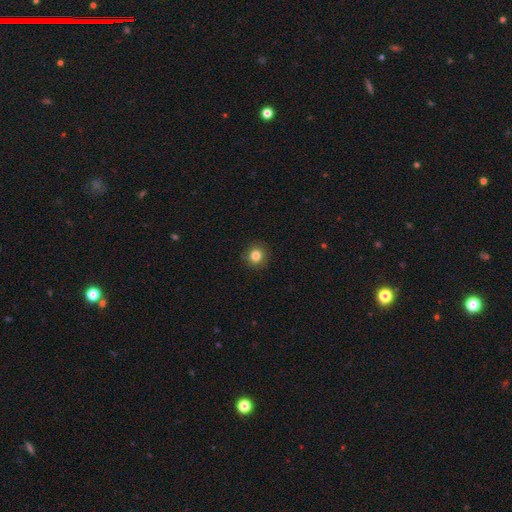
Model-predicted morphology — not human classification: type=smooth (83%); roundness=round (90%); merging=none (91%).